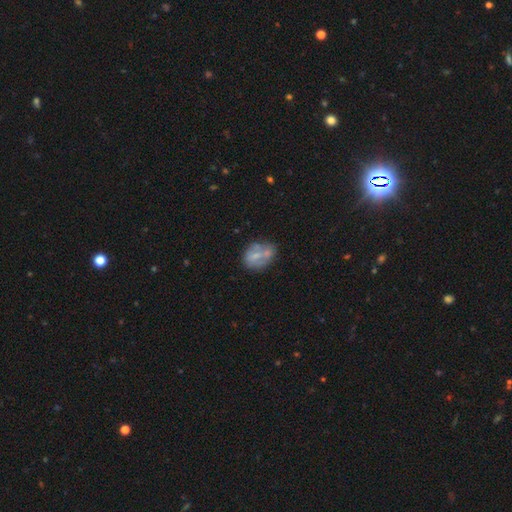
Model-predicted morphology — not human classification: Q: Smooth or featured?
A: smooth (48%); runner-up: featured or disk (43%)
Q: Merging?
A: none (43%); runner-up: minor disturbance (25%)